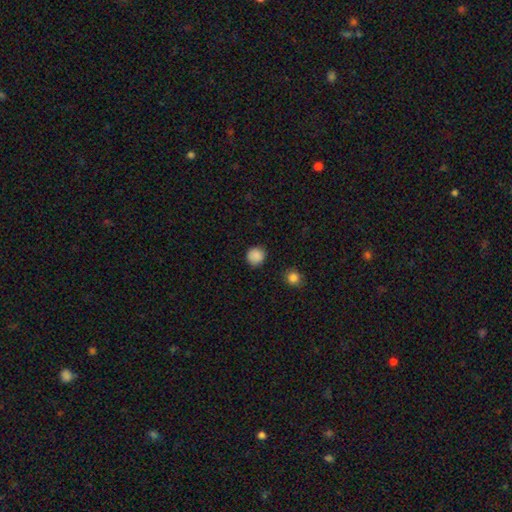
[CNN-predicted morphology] Smooth or featured? Predicted: smooth (p=0.87). How rounded? Predicted: round (p=0.91). Merging? Predicted: none (p=0.88).